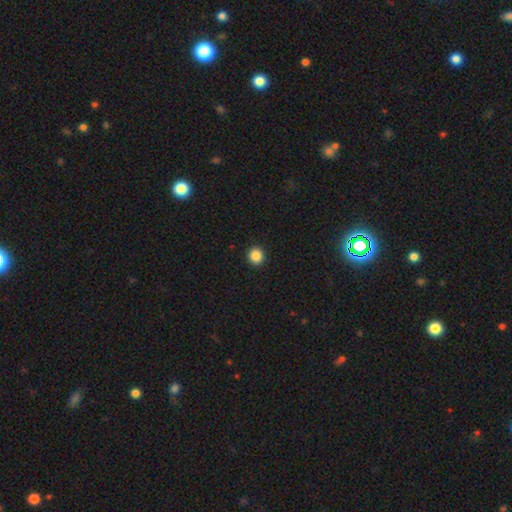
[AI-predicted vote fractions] Q: Smooth or featured?
A: smooth (86%); runner-up: star or artifact (10%)
Q: How rounded?
A: round (93%); runner-up: in between (6%)
Q: Merging?
A: none (93%); runner-up: minor disturbance (4%)